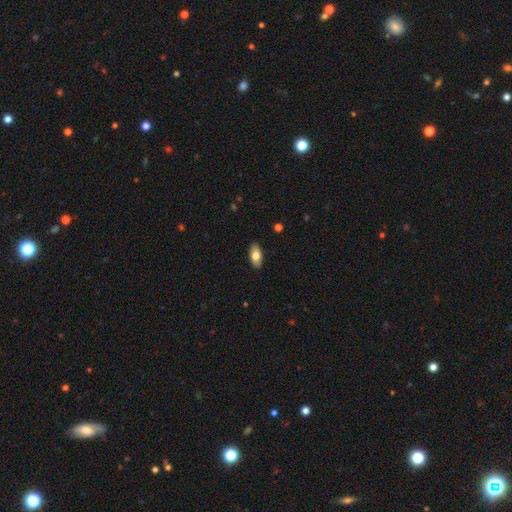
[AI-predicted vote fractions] smooth_or_featured: smooth (p=0.78) [alt: featured or disk p=0.16]
how_rounded: in between (p=0.92) [alt: cigar-shaped p=0.05]
merging: none (p=0.89) [alt: minor disturbance p=0.08]